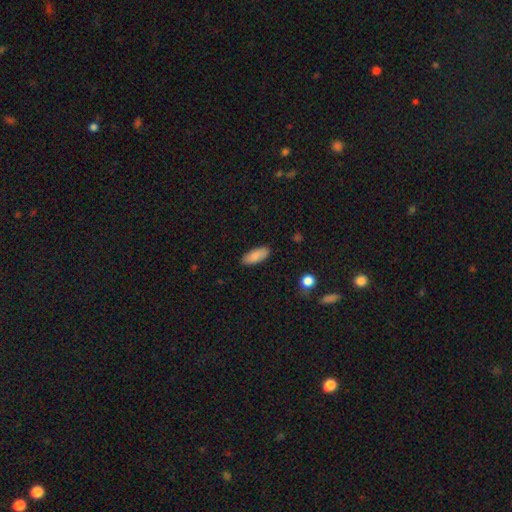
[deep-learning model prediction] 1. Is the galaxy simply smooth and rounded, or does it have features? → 86% smooth, 8% featured or disk, 6% star or artifact.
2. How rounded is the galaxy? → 81% in between, 17% cigar-shaped, 2% round.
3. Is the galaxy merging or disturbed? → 87% none, 9% minor disturbance, 2% major disturbance, 1% merger.